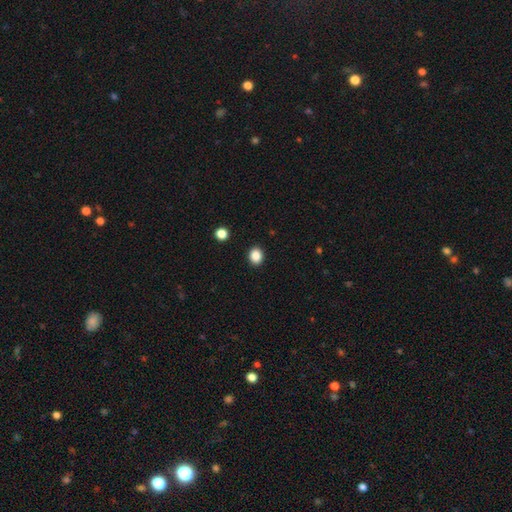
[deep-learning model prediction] Overall: smooth (87%). How rounded: round (57%; in between 42%). Merging: none (91%).